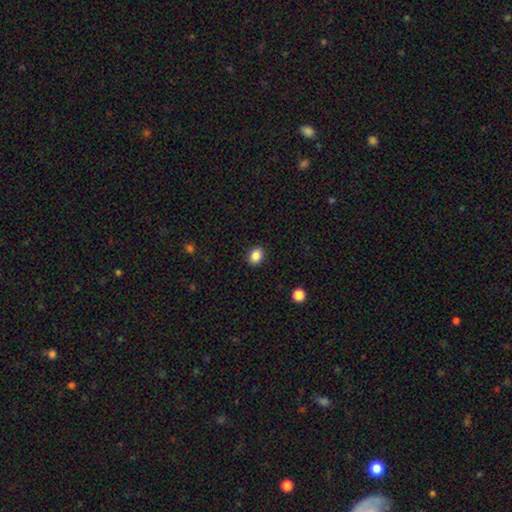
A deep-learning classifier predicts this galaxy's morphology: Smooth or featured? smooth (87%)
How rounded? in between (63%)
Merging? none (89%)